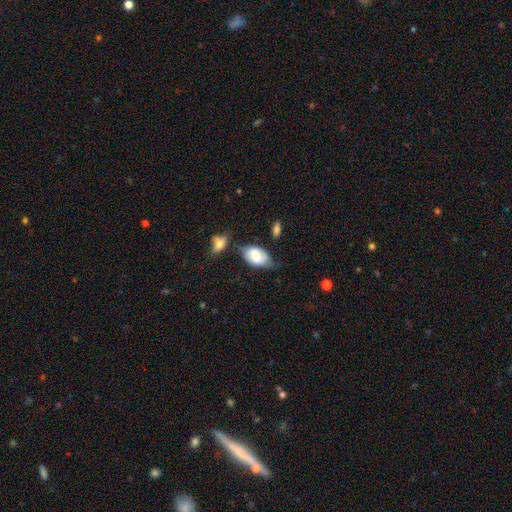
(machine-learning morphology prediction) Smooth or featured? smooth (69%)
How rounded? in between (90%)
Merging? none (49%)